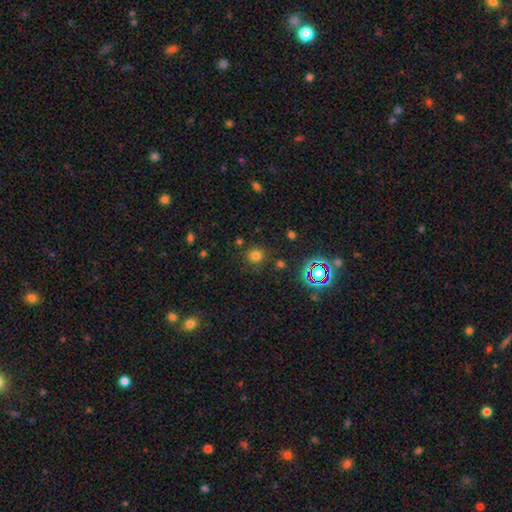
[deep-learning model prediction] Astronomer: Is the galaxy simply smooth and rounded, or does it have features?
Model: smooth — 72%.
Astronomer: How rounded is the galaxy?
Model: round — 90%.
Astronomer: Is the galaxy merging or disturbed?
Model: none — 84%.